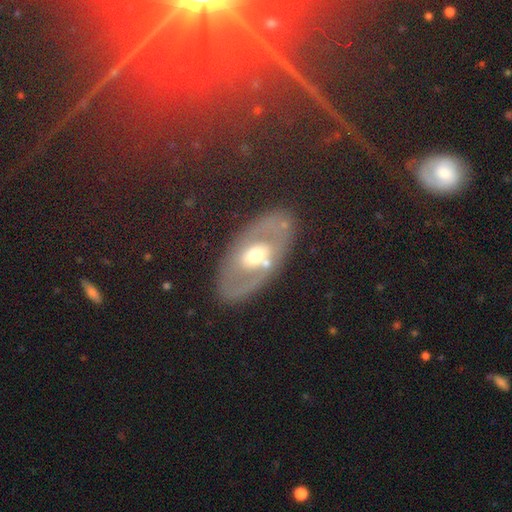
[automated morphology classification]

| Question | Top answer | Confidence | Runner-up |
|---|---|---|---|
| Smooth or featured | featured or disk | 64% | smooth (29%) |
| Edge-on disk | no | 88% | yes (12%) |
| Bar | no | 69% | weak (21%) |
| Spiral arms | no | 76% | yes (24%) |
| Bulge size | moderate | 70% | small (15%) |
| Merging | none | 77% | minor disturbance (12%) |